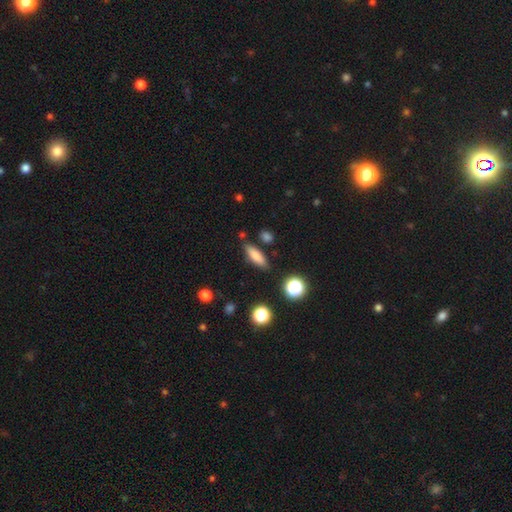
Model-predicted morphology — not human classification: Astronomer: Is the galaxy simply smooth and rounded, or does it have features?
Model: smooth — 79%.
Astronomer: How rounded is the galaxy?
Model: in between — 50% (runner-up: cigar-shaped, 46%).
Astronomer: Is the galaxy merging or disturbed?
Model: none — 83%.